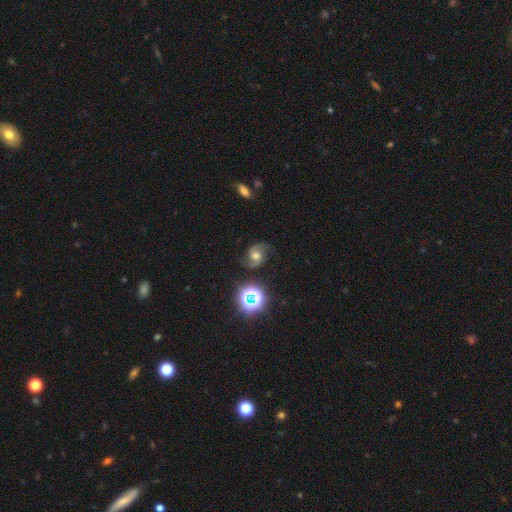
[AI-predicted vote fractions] Smooth or featured?
  - featured or disk: 63% *
  - smooth: 19%
  - star or artifact: 18%
Edge-on disk?
  - no: 97% *
  - yes: 3%
Bar?
  - no: 55% *
  - weak: 35%
  - strong: 10%
Spiral arms?
  - yes: 92% *
  - no: 8%
Spiral winding?
  - medium: 45% *
  - loose: 41%
  - tight: 14%
Spiral arm count?
  - 2: 88% *
  - can't tell: 5%
  - 1: 3%
  - 3: 2%
  - 4: 1%
  - more than 4: 1%
Bulge size?
  - moderate: 64% *
  - large: 17%
  - small: 14%
  - none: 3%
  - dominant: 2%
Merging?
  - none: 72% *
  - minor disturbance: 18%
  - major disturbance: 8%
  - merger: 2%